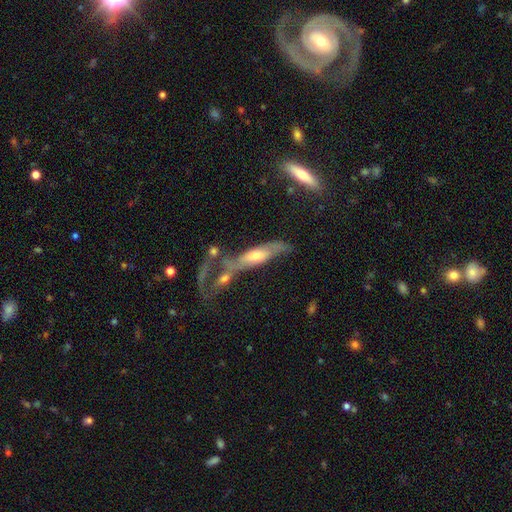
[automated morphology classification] Smooth or featured? Predicted: featured or disk (p=0.58). Edge-on disk? Predicted: no (p=0.51). Merging? Predicted: none (p=0.35, tied with merger).